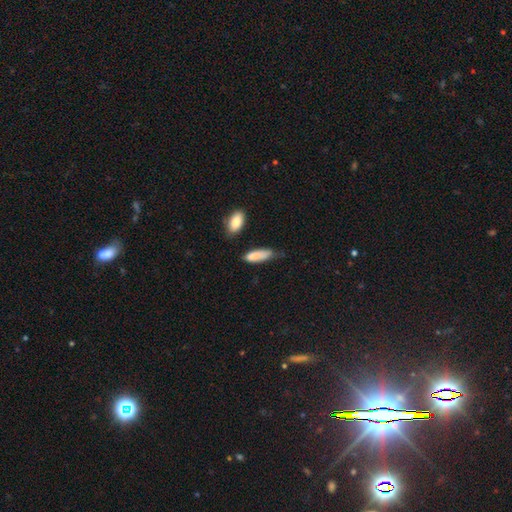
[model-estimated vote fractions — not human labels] smooth 83%, featured or disk 10%, star or artifact 7%. Down the decision tree: how rounded — in between (63%); merging — minor disturbance (41%).